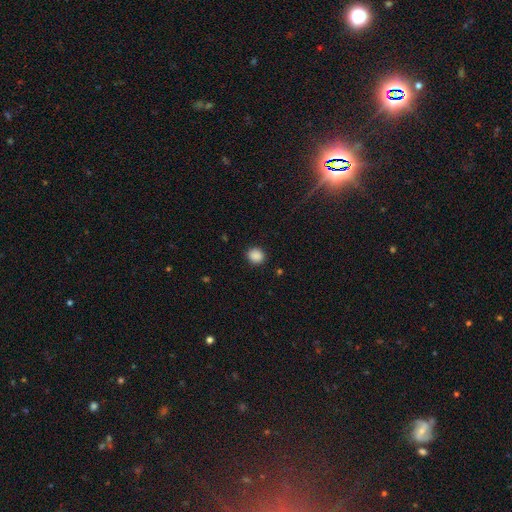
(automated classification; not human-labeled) smooth-or-featured: smooth: 88% | star or artifact: 10% | featured or disk: 3%
  how-rounded: round: 79% | in between: 20% | cigar-shaped: 1%
  merging: none: 89% | minor disturbance: 8% | major disturbance: 3% | merger: 1%